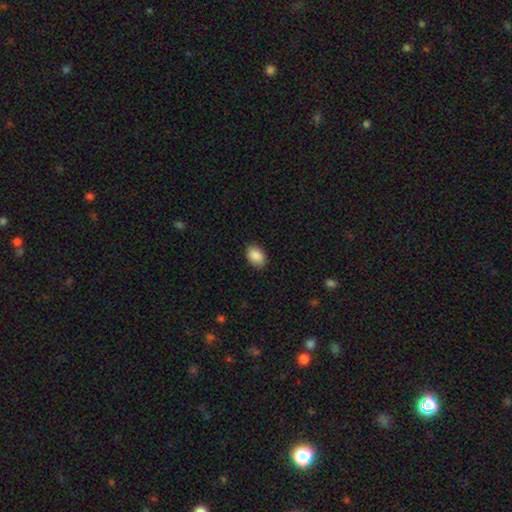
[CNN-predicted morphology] This appears to be a smooth galaxy with no disk features (89%) that is in between round and cigar-shaped (82%). Merging: none (88%).